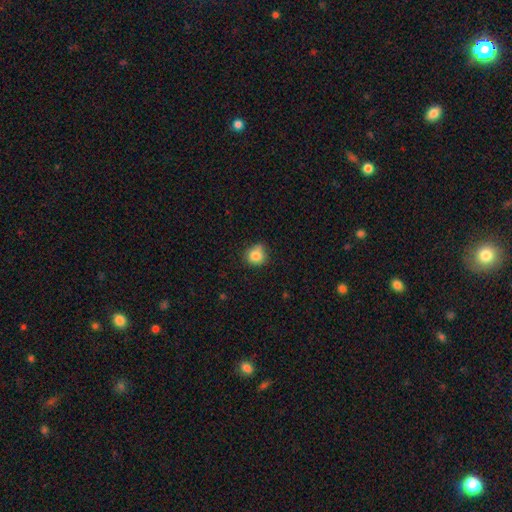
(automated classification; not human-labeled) This is clearly a smooth galaxy (84%). How rounded: clearly round (82%). Merging: likely none (66%).